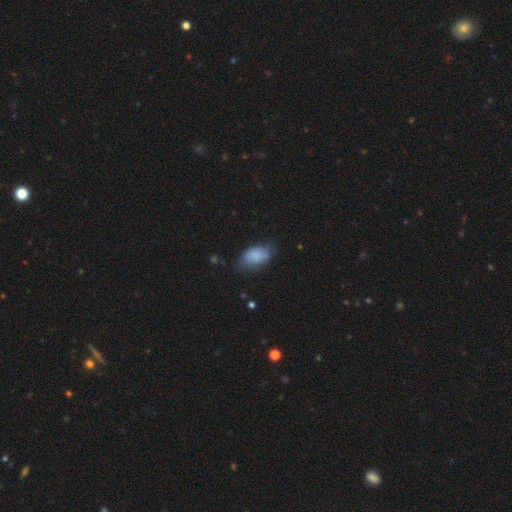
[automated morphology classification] type=smooth (82%); roundness=in between (90%); merging=none (57%).